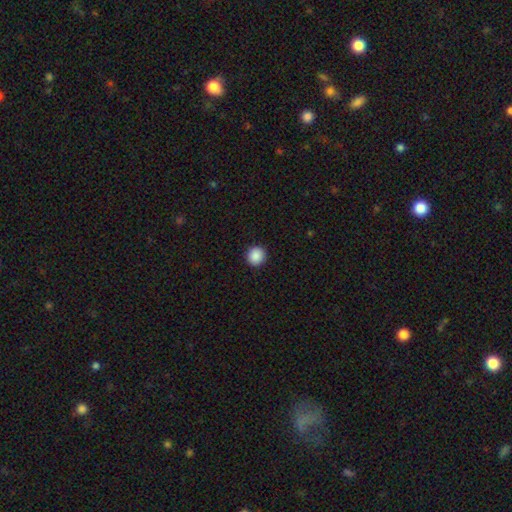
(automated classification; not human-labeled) smooth-or-featured: smooth: 89% | star or artifact: 8% | featured or disk: 3%
  how-rounded: round: 93% | in between: 6% | cigar-shaped: 1%
  merging: none: 93% | minor disturbance: 5% | major disturbance: 2% | merger: 1%